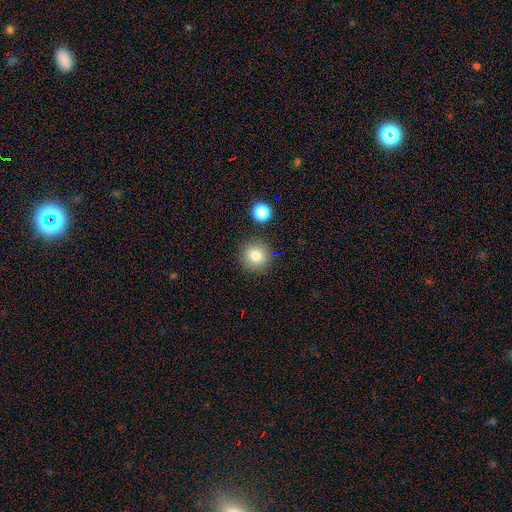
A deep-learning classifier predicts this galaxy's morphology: Overall: smooth (81%). How rounded: round (93%). Merging: none (85%).